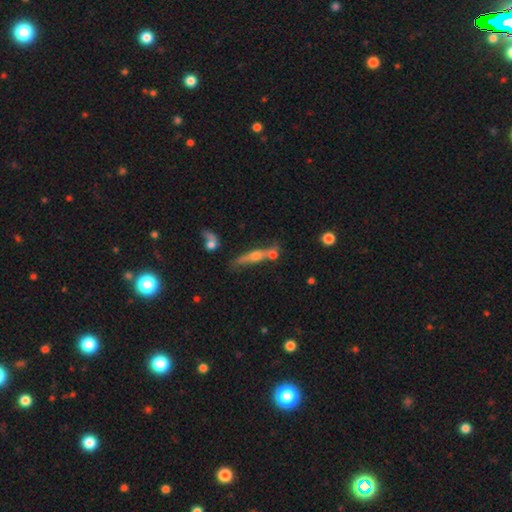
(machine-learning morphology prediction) Smooth or featured? Predicted: featured or disk (p=0.54). Edge-on disk? Predicted: yes (p=0.83). Merging? Predicted: none (p=0.49).